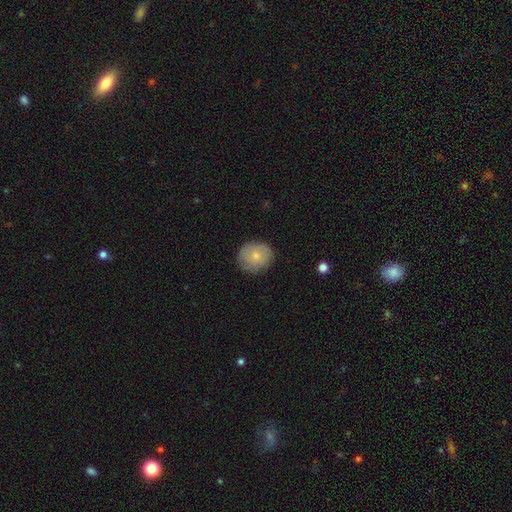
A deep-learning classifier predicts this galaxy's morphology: The model was most divided on "smooth or featured": smooth: 72%, featured or disk: 21%, star or artifact: 7%. More confident: merging — none (81%); how rounded — round (79%).